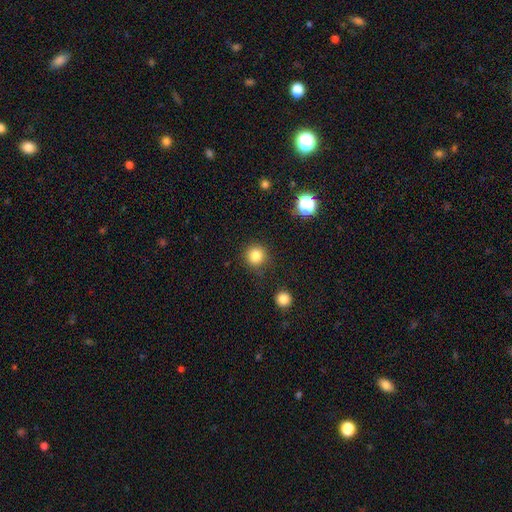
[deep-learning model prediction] This is clearly a smooth galaxy (83%). How rounded: clearly round (93%). Merging: clearly none (87%).